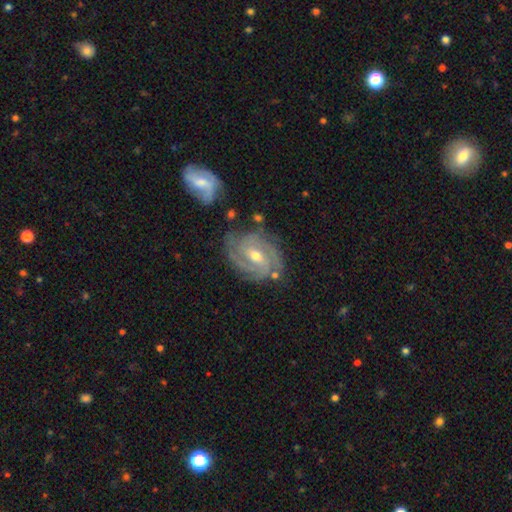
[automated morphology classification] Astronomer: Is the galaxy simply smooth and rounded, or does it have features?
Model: featured or disk — 89%.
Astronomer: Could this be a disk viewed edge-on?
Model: no — 97%.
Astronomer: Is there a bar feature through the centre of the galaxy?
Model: weak — 47% (runner-up: no, 31%).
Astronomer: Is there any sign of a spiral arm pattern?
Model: yes — 98%.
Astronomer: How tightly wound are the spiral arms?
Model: tight — 64%.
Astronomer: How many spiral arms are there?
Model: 3 — 40% (runner-up: 2, 25%).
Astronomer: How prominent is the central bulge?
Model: moderate — 61% (runner-up: small, 36%).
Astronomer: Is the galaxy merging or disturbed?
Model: none — 71%.